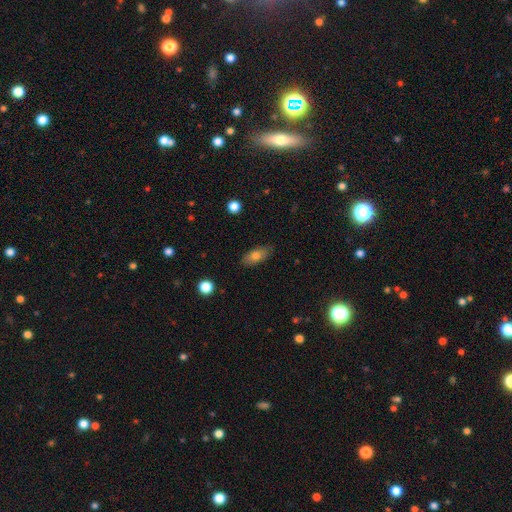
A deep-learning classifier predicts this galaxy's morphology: smooth_or_featured: smooth (p=0.75) [alt: featured or disk p=0.17]
how_rounded: in between (p=0.85) [alt: cigar-shaped p=0.11]
merging: none (p=0.83) [alt: minor disturbance p=0.13]